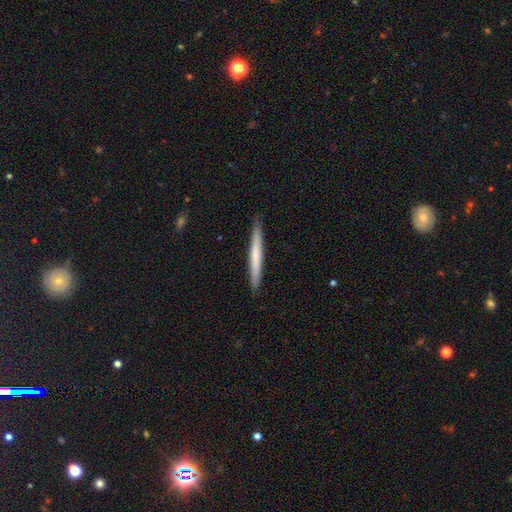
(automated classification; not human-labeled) A smooth galaxy with no disk features (60%) that is cigar-shaped (97%).

Vote fractions:
- Smooth or featured? smooth: 60% / featured or disk: 35% / star or artifact: 5%
- How rounded? cigar-shaped: 97% / in between: 2% / round: 1%
- Merging? none: 91% / minor disturbance: 7% / major disturbance: 1% / merger: 1%